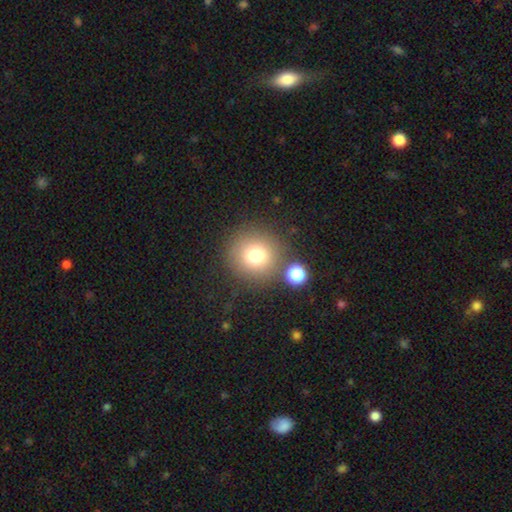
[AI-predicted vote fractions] The model was most divided on "smooth or featured": smooth: 74%, star or artifact: 15%, featured or disk: 11%. More confident: how rounded — round (93%); merging — none (79%).